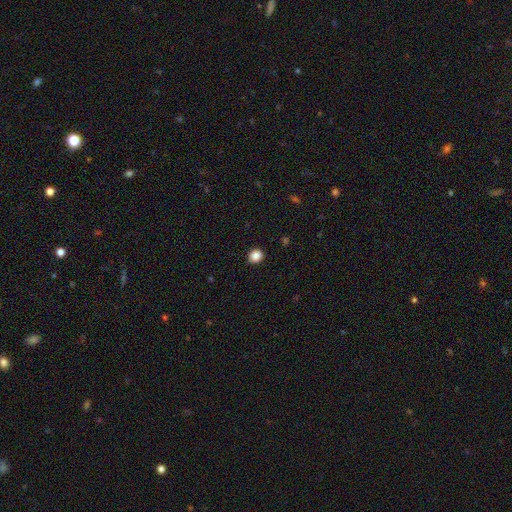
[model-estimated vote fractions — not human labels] This appears to be a smooth galaxy with no disk features (87%) that is round (81%). Merging: none (92%).